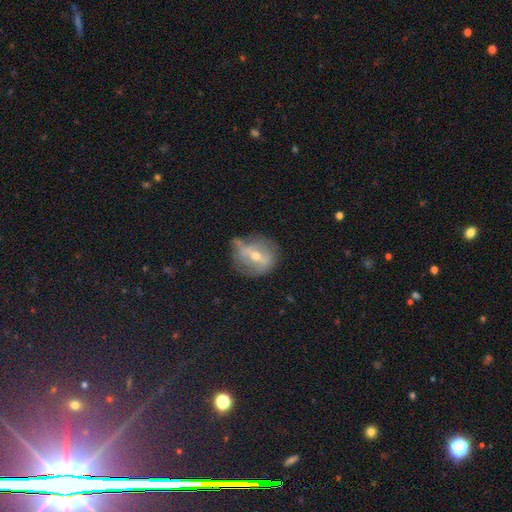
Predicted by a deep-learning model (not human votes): featured or disk 61%, smooth 25%, star or artifact 13%. Down the decision tree: edge-on disk — no (91%); bar — weak (41%); spiral arms — yes (51%); bulge size — moderate (57%); merging — none (57%).